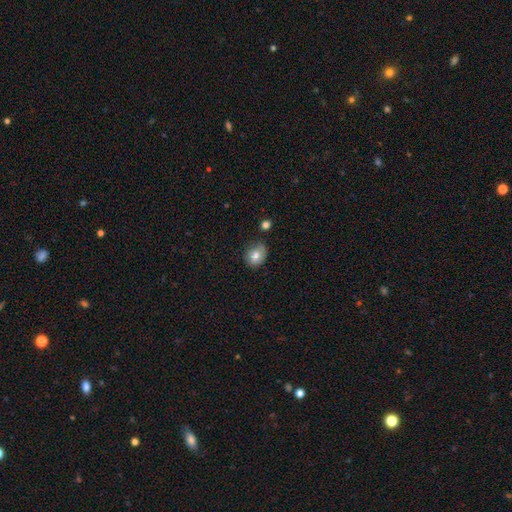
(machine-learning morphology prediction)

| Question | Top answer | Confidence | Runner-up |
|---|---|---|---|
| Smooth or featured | smooth | 74% | featured or disk (17%) |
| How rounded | round | 55% | in between (44%) |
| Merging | none | 66% | minor disturbance (25%) |